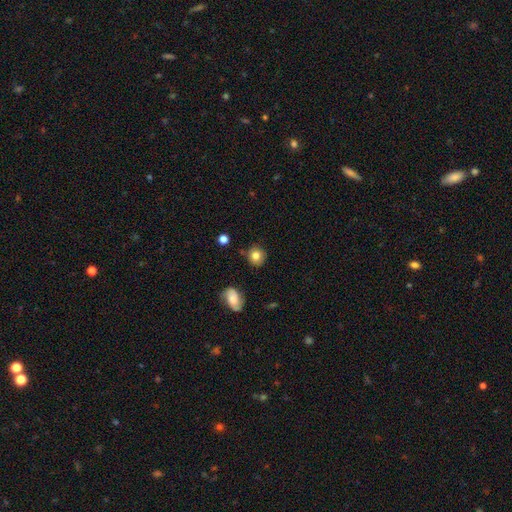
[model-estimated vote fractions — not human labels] A smooth galaxy with no disk features (81%) that is round (88%). Merging: none (83%).